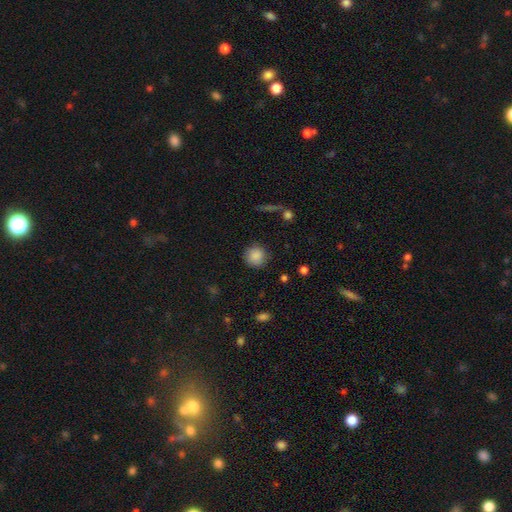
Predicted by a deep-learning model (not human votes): smooth-or-featured: smooth: 86% | star or artifact: 9% | featured or disk: 5%
  how-rounded: round: 91% | in between: 8% | cigar-shaped: 1%
  merging: none: 86% | minor disturbance: 10% | major disturbance: 3% | merger: 1%